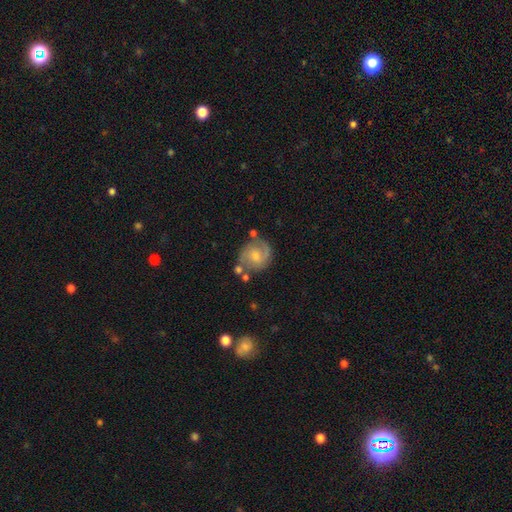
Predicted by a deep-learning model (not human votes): smooth-or-featured: featured or disk: 69% | smooth: 24% | star or artifact: 7%
  disk-edge-on: no: 98% | yes: 2%
    bar: no: 47% | weak: 45% | strong: 8%
    has-spiral-arms: yes: 90% | no: 10%
      spiral-winding: medium: 48% | tight: 33% | loose: 18%
      spiral-arm-count: 2: 79% | can't tell: 10% | 1: 5% | 3: 3% | 4: 1% | more than 4: 1%
    bulge-size: small: 48% | moderate: 44% | none: 4% | large: 3% | dominant: 1%
  merging: none: 66% | minor disturbance: 18% | merger: 9% | major disturbance: 7%